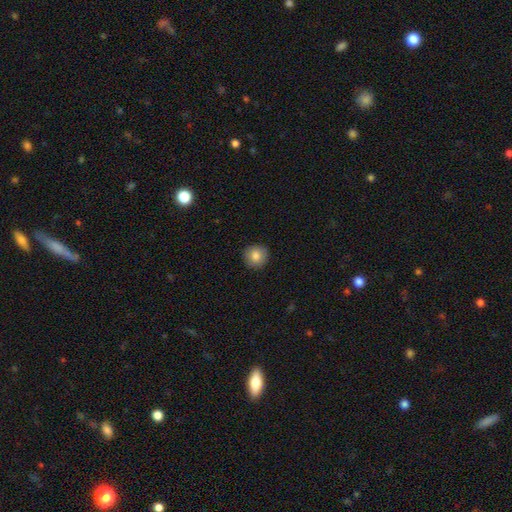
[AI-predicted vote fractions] The model was most divided on "smooth or featured": smooth: 83%, star or artifact: 9%, featured or disk: 8%. More confident: how rounded — round (94%); merging — none (91%).